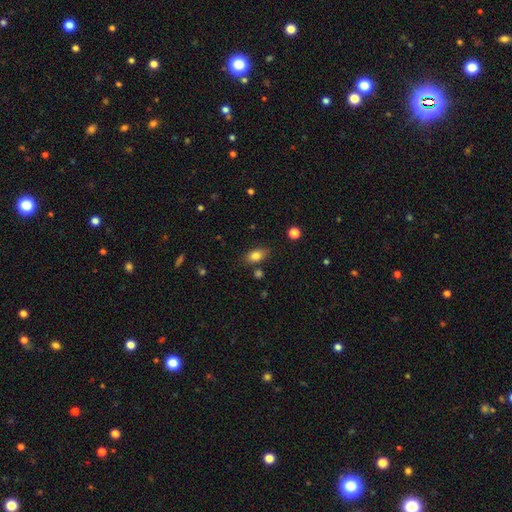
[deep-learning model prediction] A smooth galaxy with no disk features (81%) that is in between round and cigar-shaped (84%).

Vote fractions:
- Smooth or featured? smooth: 81% / featured or disk: 10% / star or artifact: 9%
- How rounded? in between: 84% / round: 10% / cigar-shaped: 5%
- Merging? none: 78% / minor disturbance: 14% / merger: 4% / major disturbance: 3%